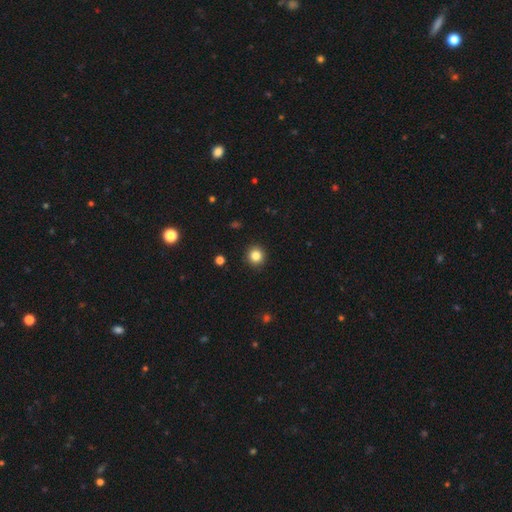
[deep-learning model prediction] A smooth galaxy with no disk features (84%) that is round (94%).

Vote fractions:
- Smooth or featured? smooth: 84% / star or artifact: 11% / featured or disk: 5%
- How rounded? round: 94% / in between: 5% / cigar-shaped: 1%
- Merging? none: 93% / minor disturbance: 5% / major disturbance: 2% / merger: 1%